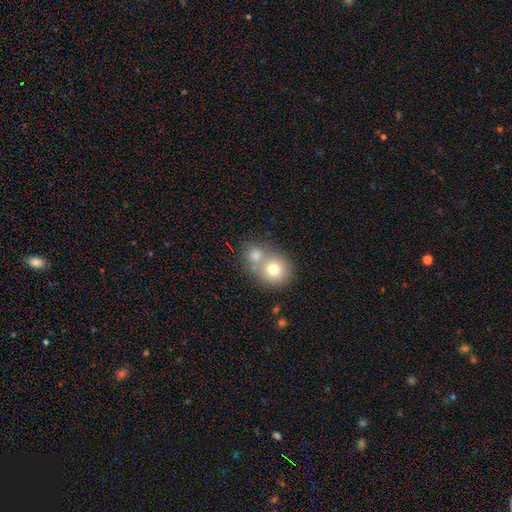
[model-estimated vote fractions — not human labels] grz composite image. It shows a smooth galaxy with no disk features (75%) that is round (80%). Merging: merger (51%).